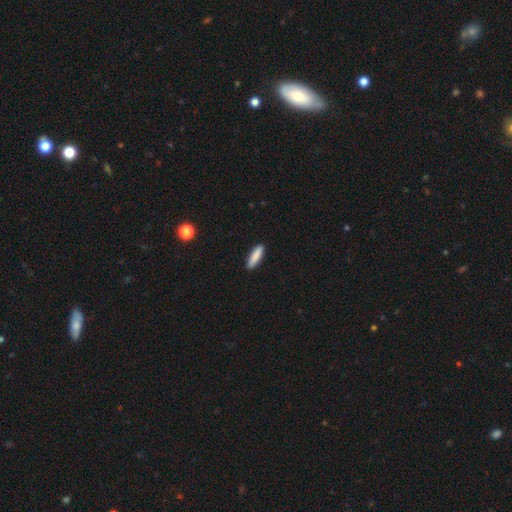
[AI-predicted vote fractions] Smooth or featured? smooth (87%)
How rounded? cigar-shaped (71%)
Merging? none (90%)